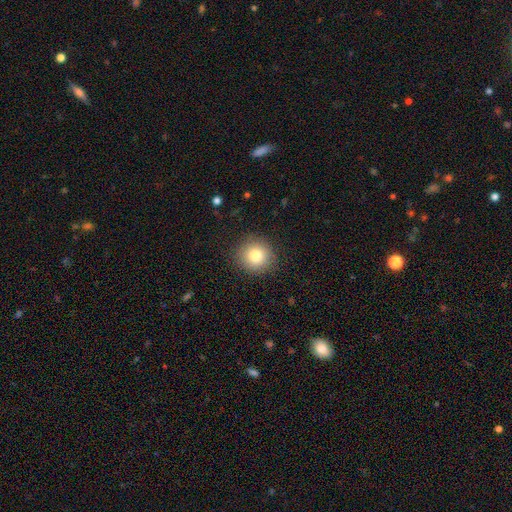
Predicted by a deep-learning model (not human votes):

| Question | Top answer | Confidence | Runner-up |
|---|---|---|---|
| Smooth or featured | smooth | 80% | star or artifact (10%) |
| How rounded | round | 92% | in between (7%) |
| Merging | none | 89% | minor disturbance (8%) |